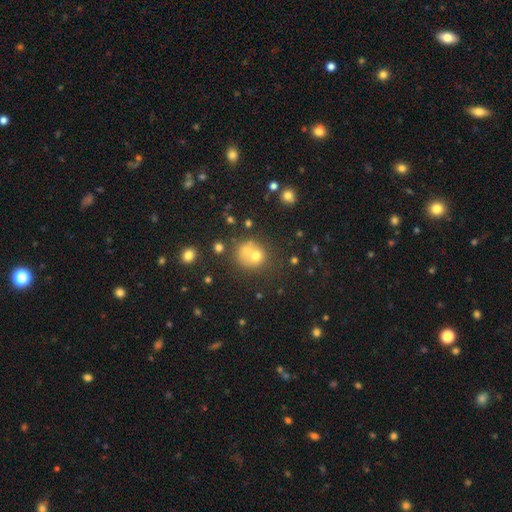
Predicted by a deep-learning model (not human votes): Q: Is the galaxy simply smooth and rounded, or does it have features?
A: smooth — 59%.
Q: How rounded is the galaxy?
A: round — 77%.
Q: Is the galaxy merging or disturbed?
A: none — 45%.